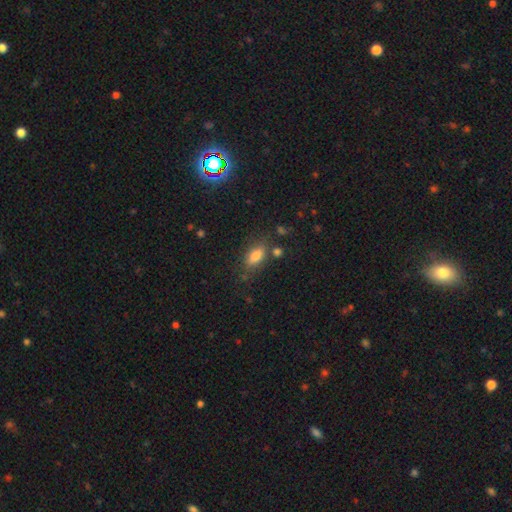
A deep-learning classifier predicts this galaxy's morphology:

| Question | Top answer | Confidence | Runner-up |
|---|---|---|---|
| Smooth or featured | smooth | 81% | featured or disk (10%) |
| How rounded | in between | 82% | cigar-shaped (13%) |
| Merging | none | 72% | minor disturbance (16%) |